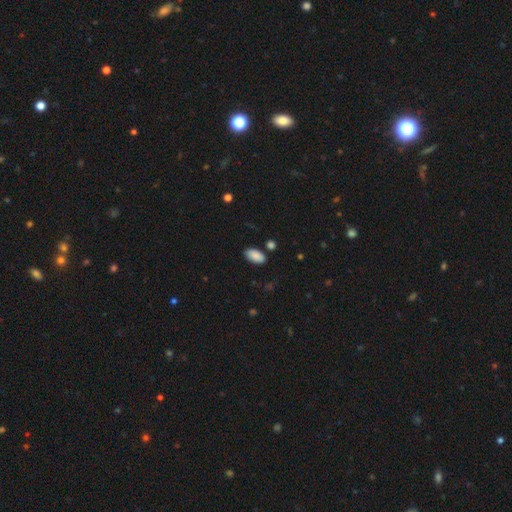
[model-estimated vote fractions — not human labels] Q: Smooth or featured?
A: smooth (89%); runner-up: star or artifact (7%)
Q: How rounded?
A: in between (95%); runner-up: round (3%)
Q: Merging?
A: none (83%); runner-up: minor disturbance (11%)